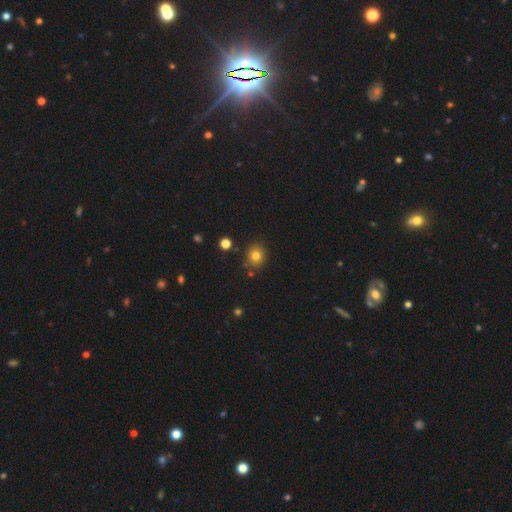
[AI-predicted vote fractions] This appears to be a smooth galaxy with no disk features (79%) that is round (77%). Merging: none (84%).